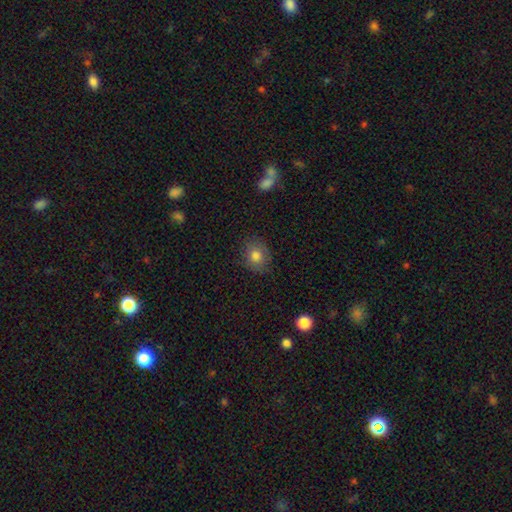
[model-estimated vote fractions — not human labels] Morphology: type=smooth (80%); roundness=round (60%); merging=none (82%).